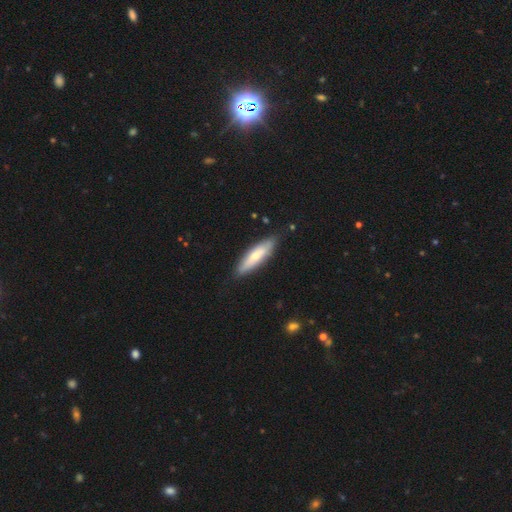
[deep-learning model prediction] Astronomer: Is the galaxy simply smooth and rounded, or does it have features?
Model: smooth — 62%.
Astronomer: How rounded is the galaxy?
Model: cigar-shaped — 65%.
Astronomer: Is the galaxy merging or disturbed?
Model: none — 83%.